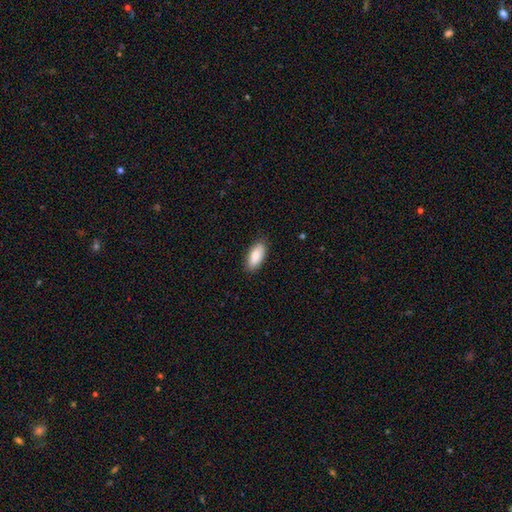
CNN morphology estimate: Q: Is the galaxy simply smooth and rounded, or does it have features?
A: smooth — 86%.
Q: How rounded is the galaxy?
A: in between — 88%.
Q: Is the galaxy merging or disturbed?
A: none — 85%.